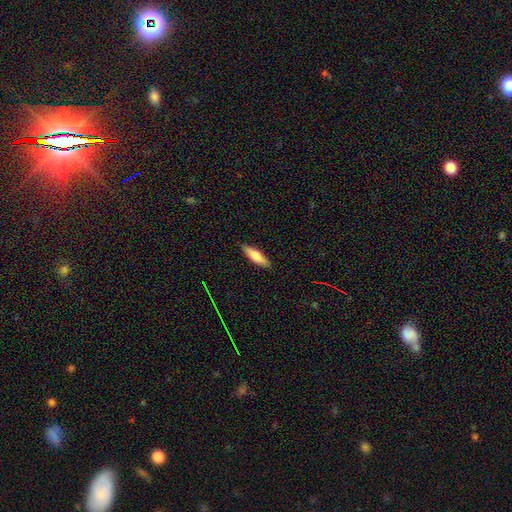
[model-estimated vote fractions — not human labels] This appears to be a smooth galaxy with no disk features (69%) that is cigar-shaped (58%). Merging: none (89%).